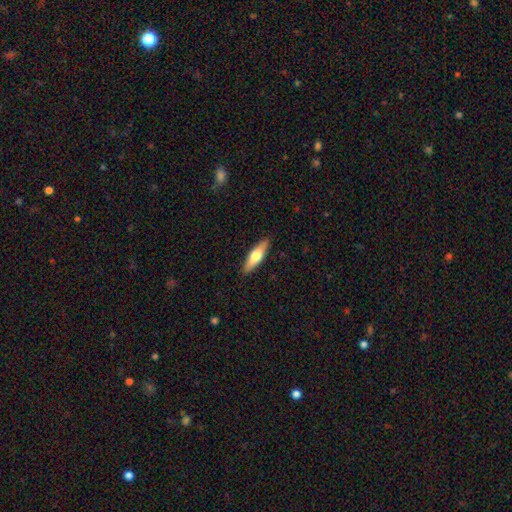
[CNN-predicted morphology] Smooth or featured: smooth — 57% (featured or disk — 38%)
How rounded: cigar-shaped — 58% (in between — 40%)
Merging: none — 90% (minor disturbance — 8%)